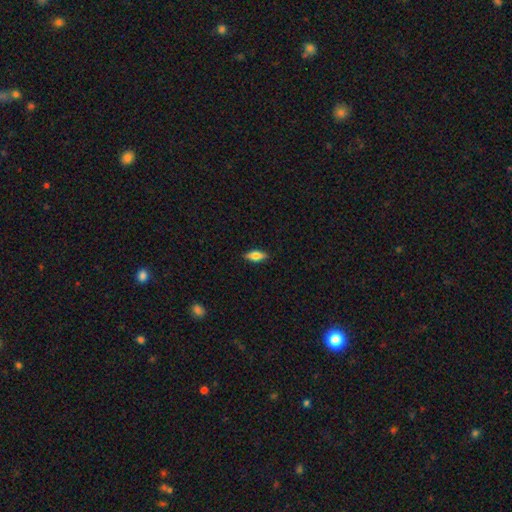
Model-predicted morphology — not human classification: A smooth galaxy with no disk features (63%) that is in between round and cigar-shaped (71%).

Vote fractions:
- Smooth or featured? smooth: 63% / featured or disk: 30% / star or artifact: 7%
- How rounded? in between: 71% / cigar-shaped: 26% / round: 3%
- Merging? none: 88% / minor disturbance: 9% / major disturbance: 2% / merger: 1%